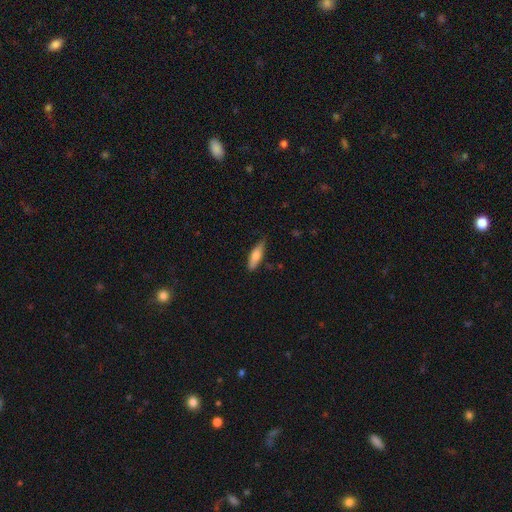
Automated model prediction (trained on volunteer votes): A smooth galaxy with no disk features (69%) that is cigar-shaped (58%). Merging: none (78%).